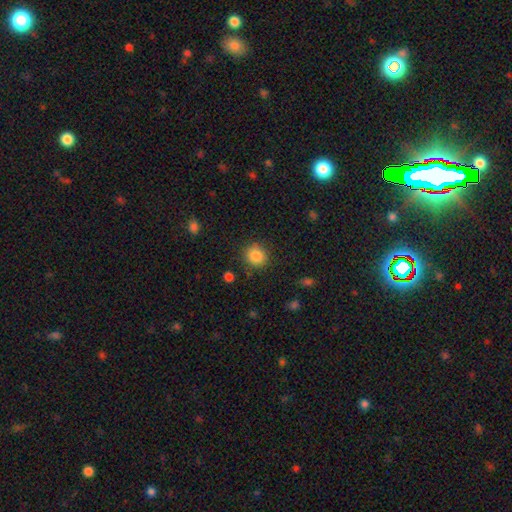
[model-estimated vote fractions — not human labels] Q: Smooth or featured?
A: smooth (86%); runner-up: star or artifact (10%)
Q: How rounded?
A: round (85%); runner-up: in between (14%)
Q: Merging?
A: none (85%); runner-up: minor disturbance (10%)